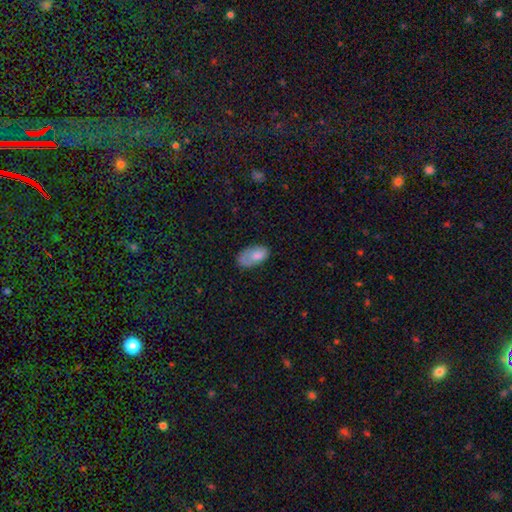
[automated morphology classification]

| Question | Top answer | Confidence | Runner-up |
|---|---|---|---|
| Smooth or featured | smooth | 75% | featured or disk (18%) |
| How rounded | in between | 94% | round (5%) |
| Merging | none | 51% | minor disturbance (31%) |